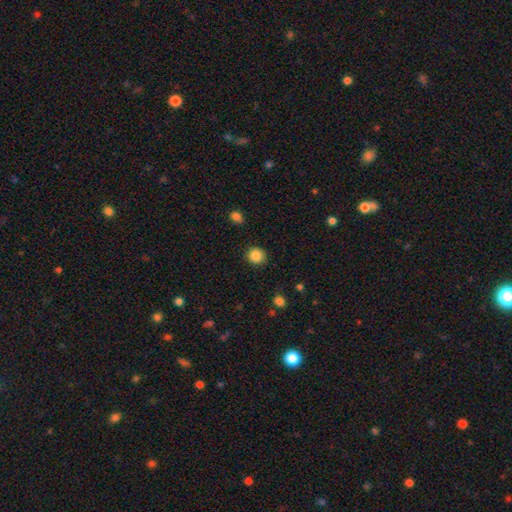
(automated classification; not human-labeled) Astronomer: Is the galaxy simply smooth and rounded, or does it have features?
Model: smooth — 87%.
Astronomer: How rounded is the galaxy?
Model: round — 91%.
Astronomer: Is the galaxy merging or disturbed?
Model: none — 90%.